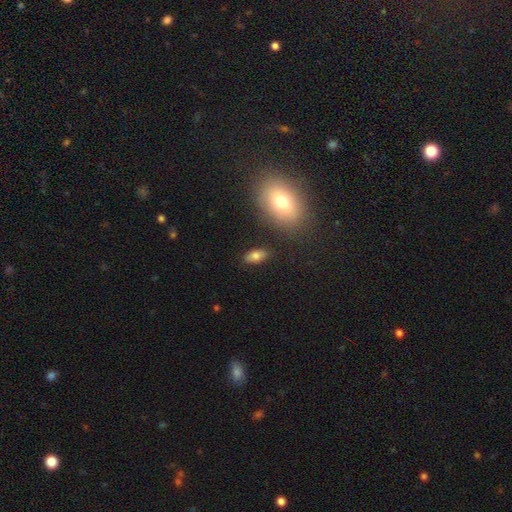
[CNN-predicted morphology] Smooth or featured: smooth — 76% (featured or disk — 15%)
How rounded: in between — 88% (cigar-shaped — 7%)
Merging: none — 84% (minor disturbance — 11%)